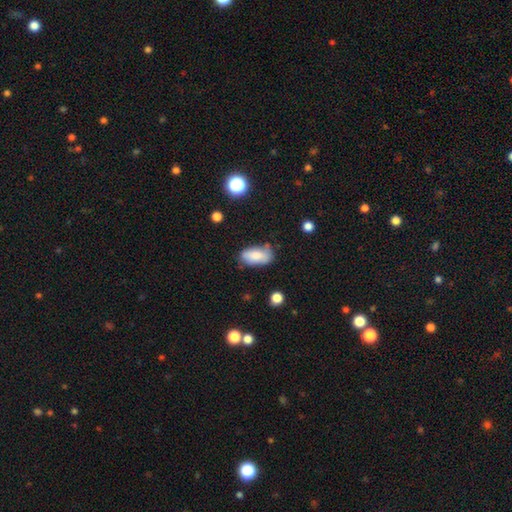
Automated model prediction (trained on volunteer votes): A smooth galaxy with no disk features (79%) that is in between round and cigar-shaped (92%).

Vote fractions:
- Smooth or featured? smooth: 79% / featured or disk: 13% / star or artifact: 8%
- How rounded? in between: 92% / cigar-shaped: 5% / round: 4%
- Merging? none: 63% / minor disturbance: 26% / major disturbance: 6% / merger: 4%